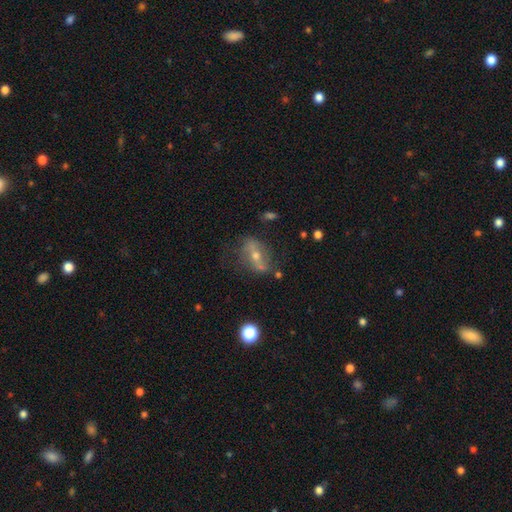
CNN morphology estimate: Smooth or featured: featured or disk — 61% (smooth — 25%)
Edge-on disk: no — 79% (yes — 21%)
Merging: none — 63% (minor disturbance — 20%)